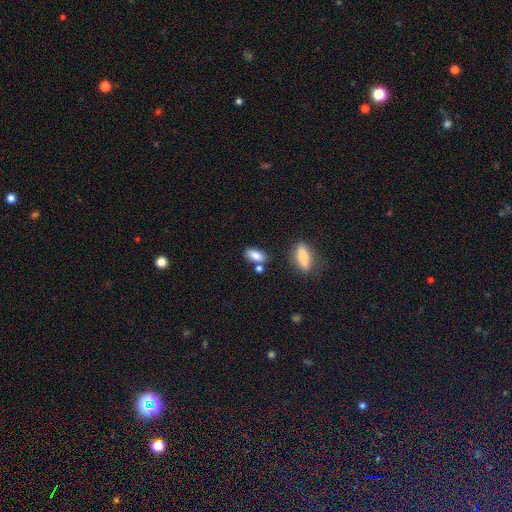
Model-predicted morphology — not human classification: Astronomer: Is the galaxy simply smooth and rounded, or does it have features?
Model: smooth — 84%.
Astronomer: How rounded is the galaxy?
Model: in between — 85%.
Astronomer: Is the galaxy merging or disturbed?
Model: none — 67%.